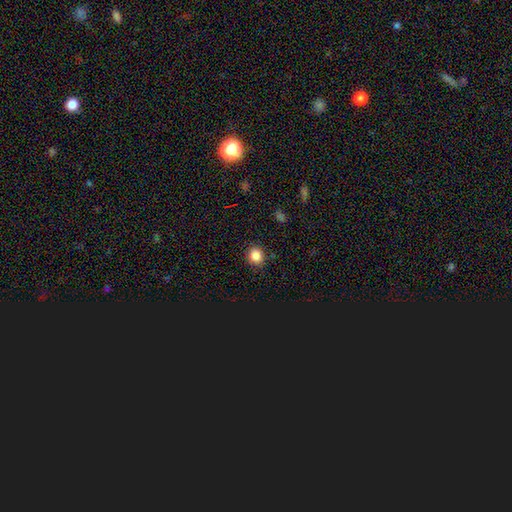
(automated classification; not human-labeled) smooth 84%, star or artifact 12%, featured or disk 4%. Down the decision tree: how rounded — round (82%); merging — none (88%).